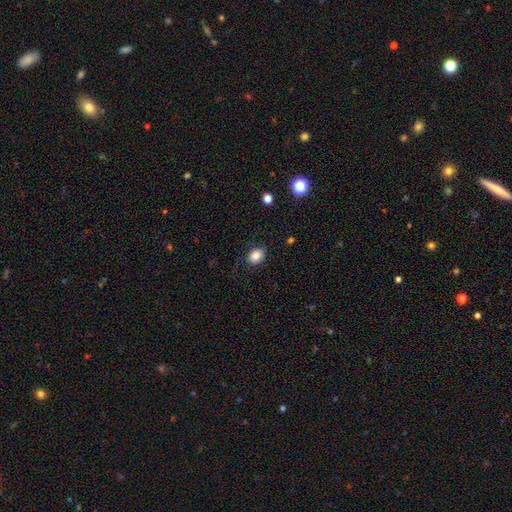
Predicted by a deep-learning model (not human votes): Smooth or featured: smooth — 87% (star or artifact — 9%)
How rounded: in between — 67% (round — 32%)
Merging: none — 81% (minor disturbance — 14%)